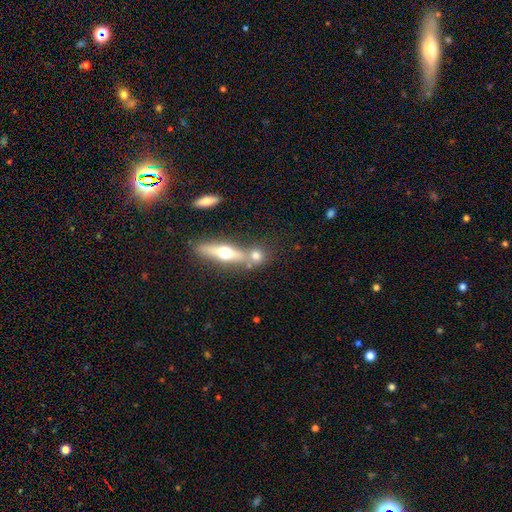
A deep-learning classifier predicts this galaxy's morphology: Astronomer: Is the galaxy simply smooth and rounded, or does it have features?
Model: smooth — 60%.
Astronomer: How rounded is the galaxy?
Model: round — 57%.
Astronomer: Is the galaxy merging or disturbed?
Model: none — 52% (runner-up: merger, 36%).